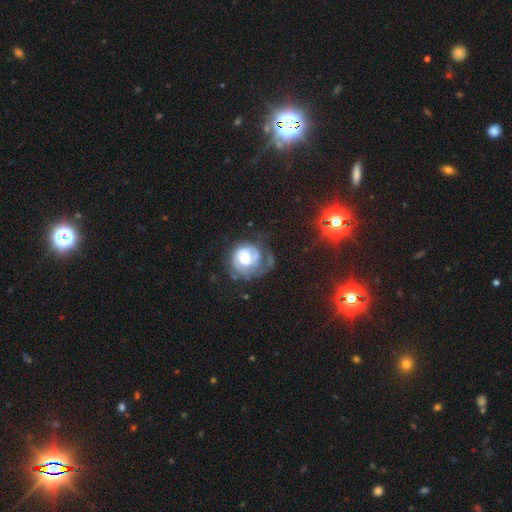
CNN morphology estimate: Smooth or featured: featured or disk — 60% (smooth — 23%)
Edge-on disk: no — 97% (yes — 3%)
Bar: no — 68% (weak — 25%)
Spiral arms: yes — 74% (no — 26%)
Bulge size: moderate — 53% (large — 26%)
Merging: none — 54% (minor disturbance — 22%)